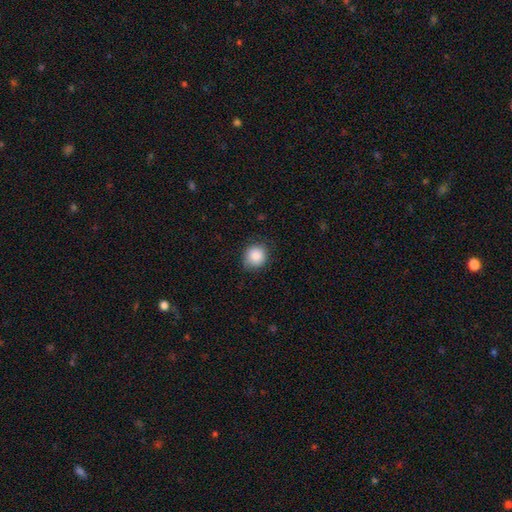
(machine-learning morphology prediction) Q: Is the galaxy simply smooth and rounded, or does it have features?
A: smooth — 87%.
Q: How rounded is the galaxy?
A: round — 85%.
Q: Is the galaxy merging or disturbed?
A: none — 82%.